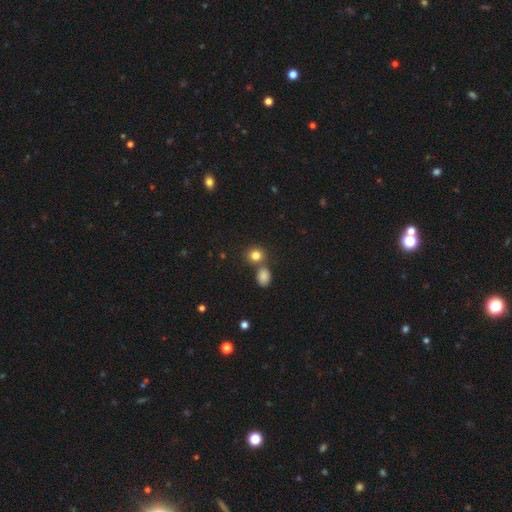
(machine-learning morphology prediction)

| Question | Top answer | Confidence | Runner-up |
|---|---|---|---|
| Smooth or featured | smooth | 82% | star or artifact (12%) |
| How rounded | round | 75% | in between (24%) |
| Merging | none | 60% | merger (28%) |